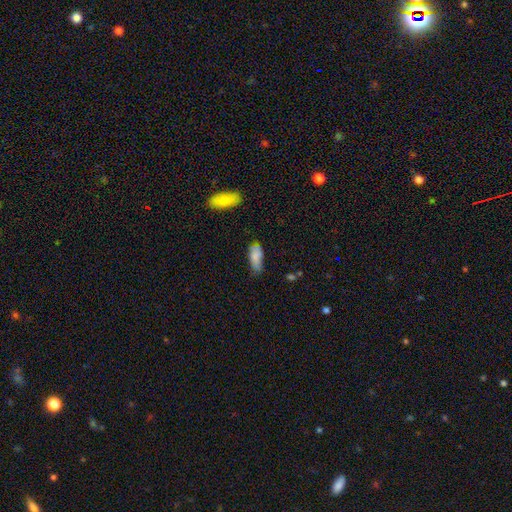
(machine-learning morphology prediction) A smooth galaxy with no disk features (77%) that is in between round and cigar-shaped (80%).

Vote fractions:
- Smooth or featured? smooth: 77% / featured or disk: 15% / star or artifact: 8%
- How rounded? in between: 80% / cigar-shaped: 18% / round: 2%
- Merging? none: 51% / minor disturbance: 34% / major disturbance: 11% / merger: 4%